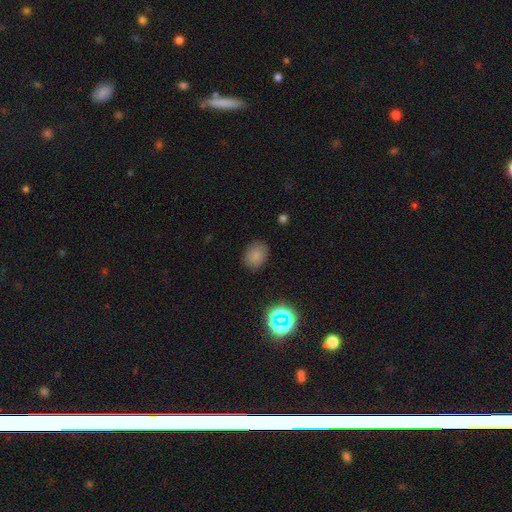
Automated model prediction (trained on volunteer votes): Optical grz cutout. It shows a smooth galaxy with no disk features (79%) that is in between round and cigar-shaped (54%). Merging: none (84%).